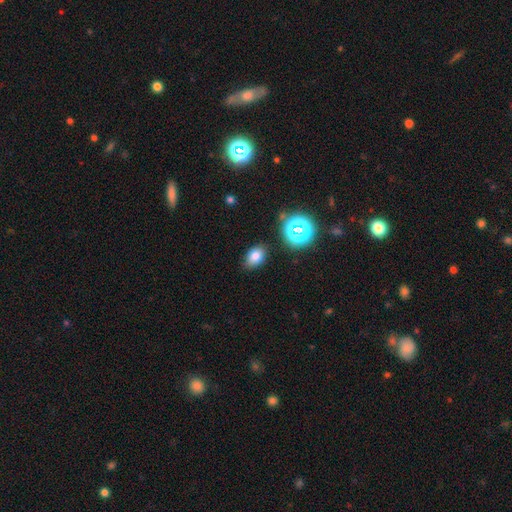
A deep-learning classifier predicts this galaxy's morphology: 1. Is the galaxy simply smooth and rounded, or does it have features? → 76% smooth, 16% star or artifact, 8% featured or disk.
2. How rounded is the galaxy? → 78% in between, 21% round, 1% cigar-shaped.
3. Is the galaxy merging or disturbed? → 82% none, 12% minor disturbance, 3% major disturbance, 2% merger.